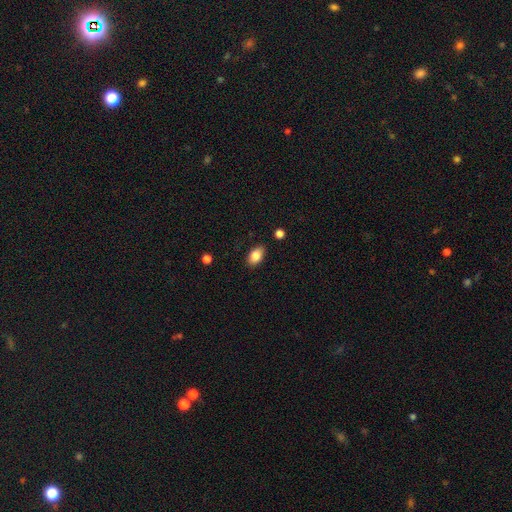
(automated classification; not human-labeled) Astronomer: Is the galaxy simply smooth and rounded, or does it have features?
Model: smooth — 85%.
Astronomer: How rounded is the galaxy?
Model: in between — 89%.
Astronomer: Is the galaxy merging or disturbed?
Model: none — 86%.